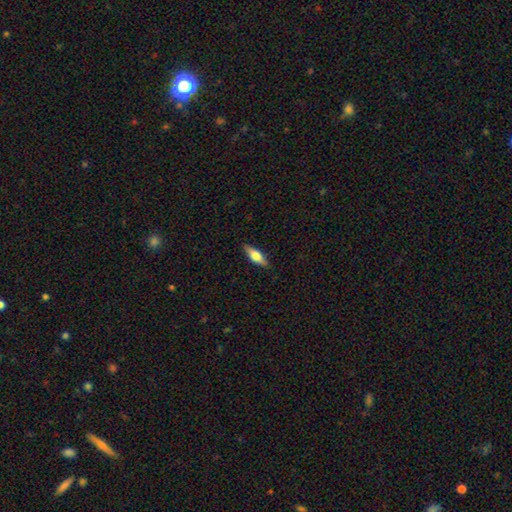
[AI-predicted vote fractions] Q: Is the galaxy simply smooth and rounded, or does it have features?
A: smooth — 60%.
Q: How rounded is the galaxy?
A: in between — 55%.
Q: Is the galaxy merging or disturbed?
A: none — 87%.